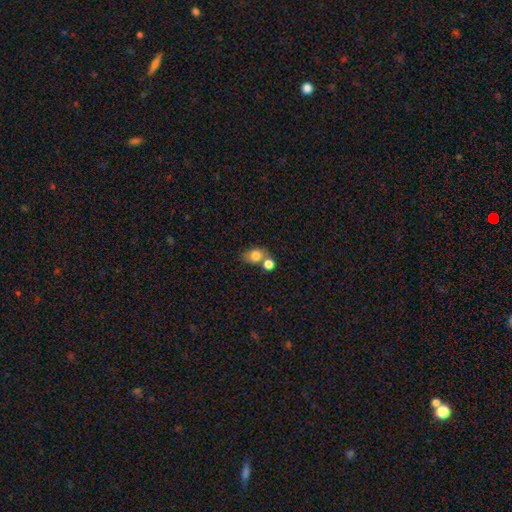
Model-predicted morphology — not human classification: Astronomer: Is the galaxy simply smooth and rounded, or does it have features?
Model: smooth — 79%.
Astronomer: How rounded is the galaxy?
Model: in between — 55% (runner-up: round, 43%).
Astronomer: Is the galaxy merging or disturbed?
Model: none — 46% (runner-up: merger, 37%).